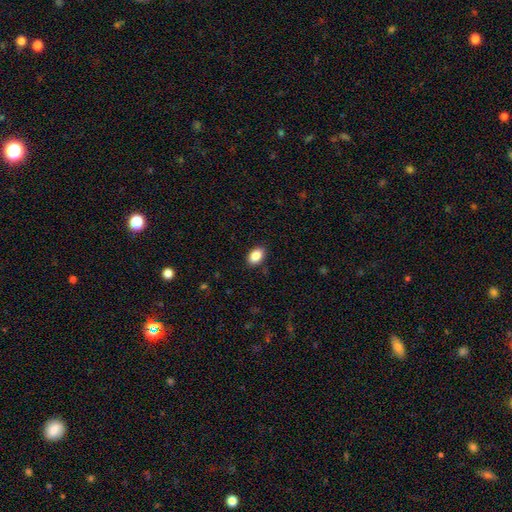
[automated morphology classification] Smooth or featured: smooth — 88% (star or artifact — 8%)
How rounded: in between — 89% (round — 10%)
Merging: none — 88% (minor disturbance — 9%)